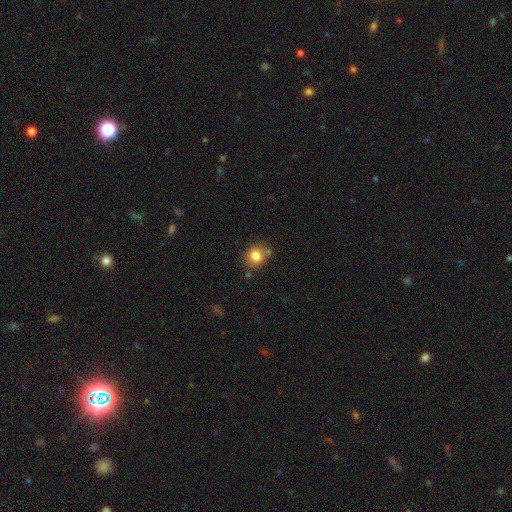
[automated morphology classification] A smooth galaxy with no disk features (81%) that is round (74%).

Vote fractions:
- Smooth or featured? smooth: 81% / star or artifact: 11% / featured or disk: 8%
- How rounded? round: 74% / in between: 26% / cigar-shaped: 1%
- Merging? none: 75% / minor disturbance: 14% / merger: 8% / major disturbance: 3%